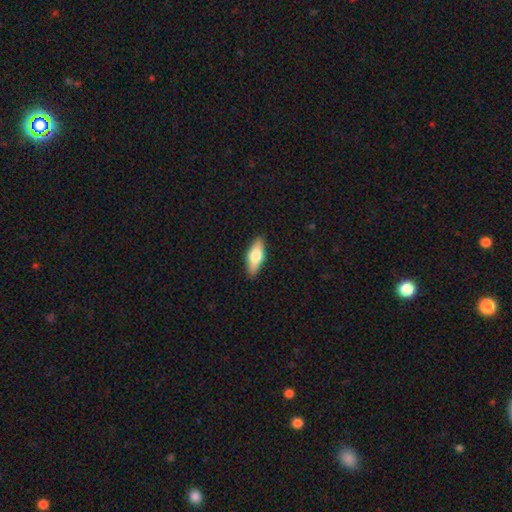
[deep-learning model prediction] Smooth or featured? smooth (66%)
How rounded? in between (67%)
Merging? none (89%)